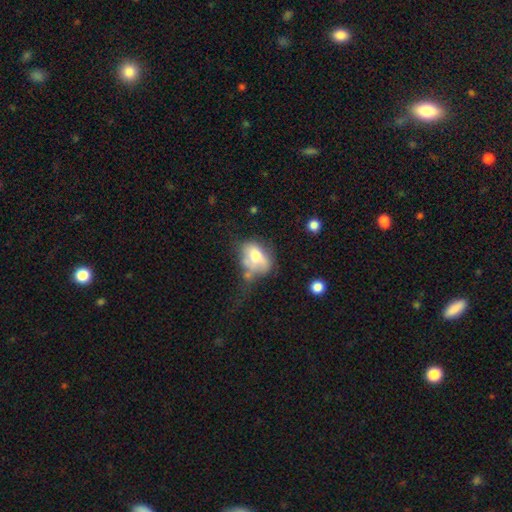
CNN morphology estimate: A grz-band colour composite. It shows a smooth galaxy with no disk features (59%) that is in between round and cigar-shaped (72%). Merging: major disturbance (28%, tied with none).